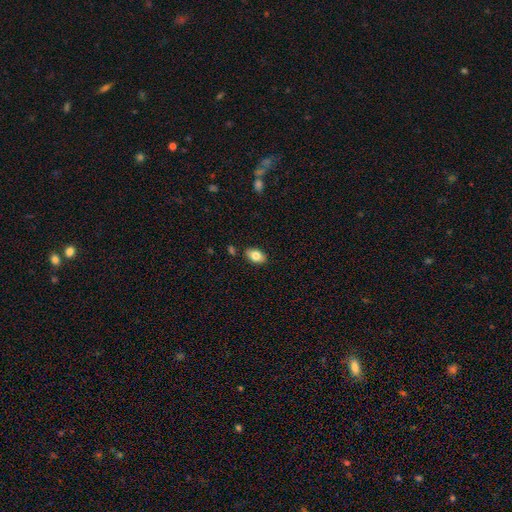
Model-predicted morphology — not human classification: smooth 80%, featured or disk 12%, star or artifact 8%. Down the decision tree: how rounded — in between (90%); merging — none (85%).